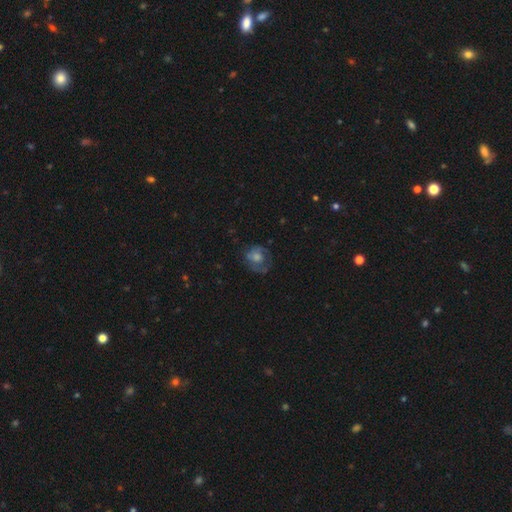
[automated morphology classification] Smooth or featured? Predicted: featured or disk (p=0.45). Merging? Predicted: none (p=0.59).